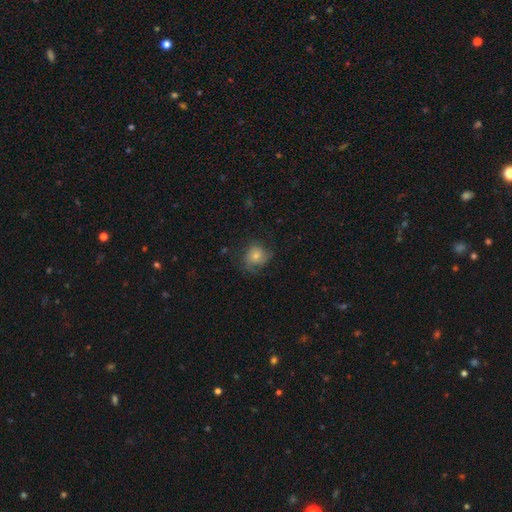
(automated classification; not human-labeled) smooth_or_featured: smooth (p=0.60) [alt: featured or disk p=0.30]
how_rounded: round (p=0.73) [alt: in between p=0.26]
merging: none (p=0.58) [alt: minor disturbance p=0.26]